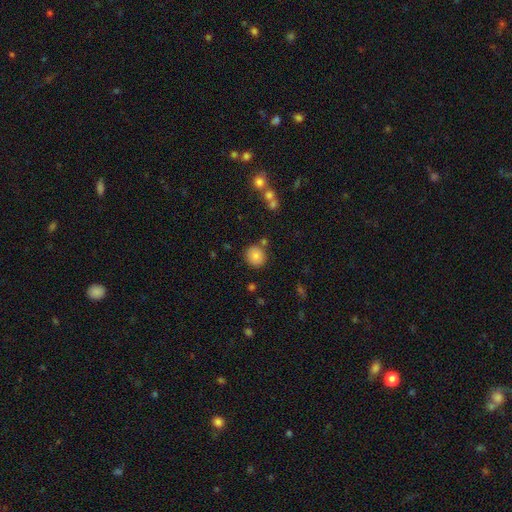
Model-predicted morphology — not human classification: A smooth galaxy with no disk features (82%) that is round (85%). Merging: none (81%).